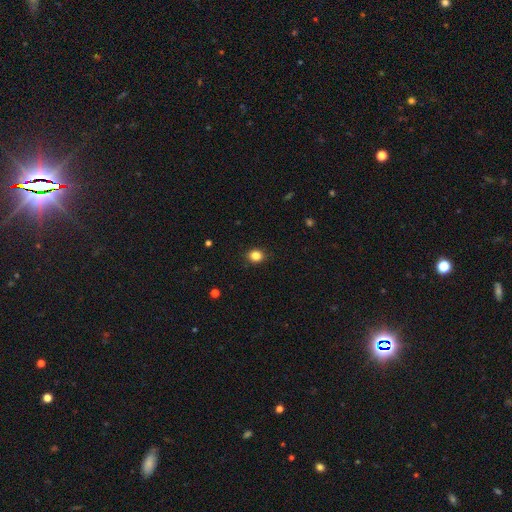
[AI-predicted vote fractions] Smooth or featured: smooth — 84% (star or artifact — 11%)
How rounded: round — 70% (in between — 29%)
Merging: none — 90% (minor disturbance — 7%)